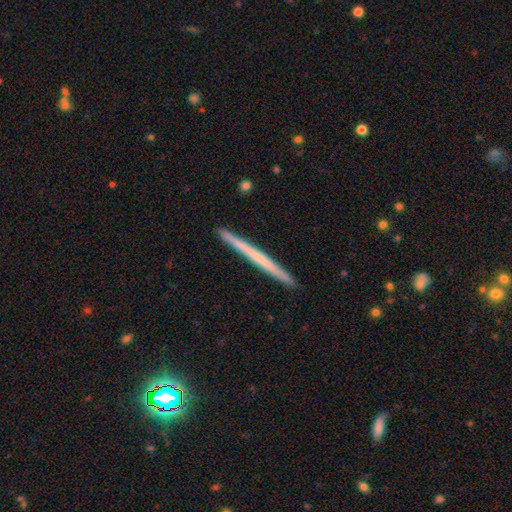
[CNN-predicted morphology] Smooth or featured? smooth (49%)
Merging? none (92%)